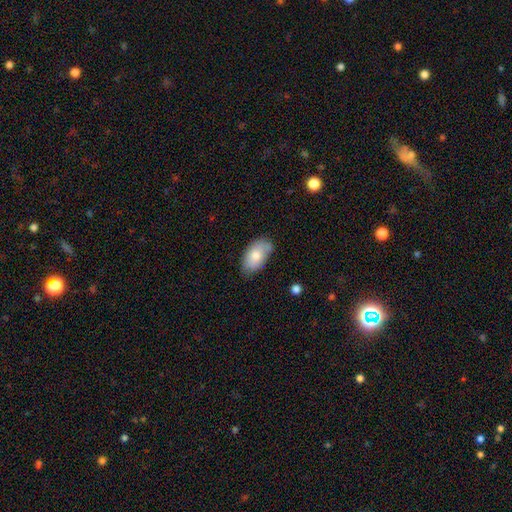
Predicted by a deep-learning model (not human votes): smooth-or-featured: smooth: 76% | featured or disk: 17% | star or artifact: 7%
  how-rounded: in between: 93% | round: 5% | cigar-shaped: 2%
  merging: none: 67% | minor disturbance: 24% | merger: 5% | major disturbance: 4%